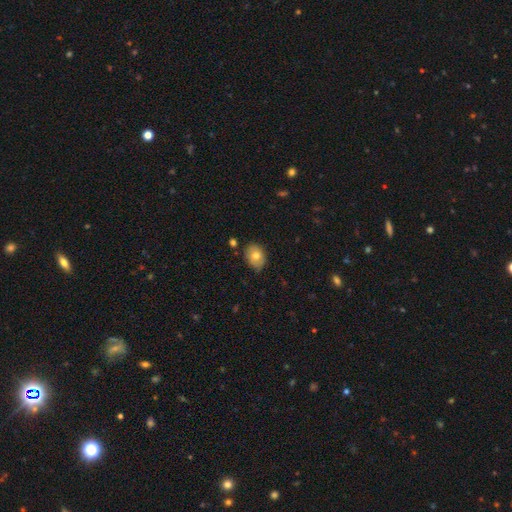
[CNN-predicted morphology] type=smooth (74%); roundness=in between (67%); merging=none (80%).